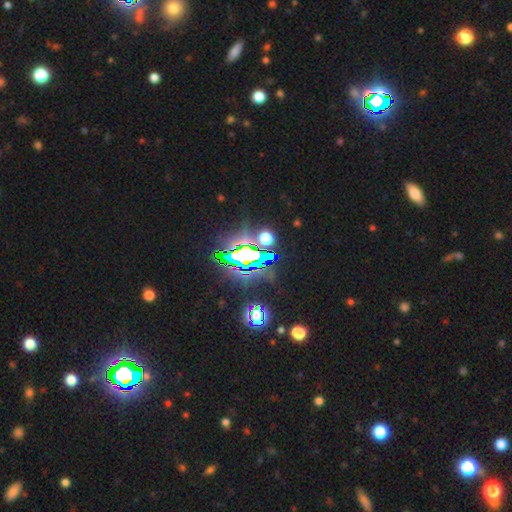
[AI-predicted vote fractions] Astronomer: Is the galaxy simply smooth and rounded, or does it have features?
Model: star or artifact — 74%.